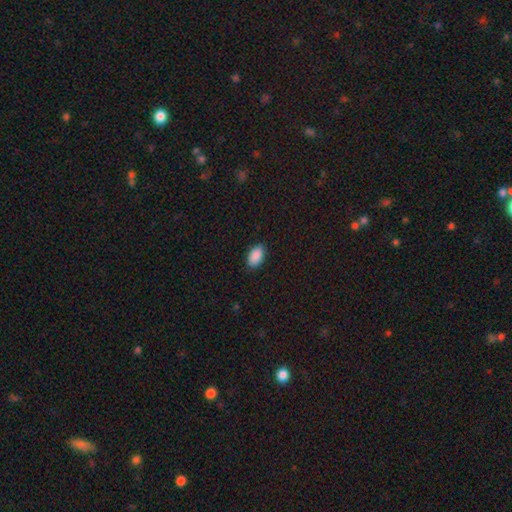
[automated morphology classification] The model was most divided on "merging": none: 87%, minor disturbance: 10%, major disturbance: 2%, merger: 1%. More confident: how rounded — in between (94%); smooth or featured — smooth (90%).